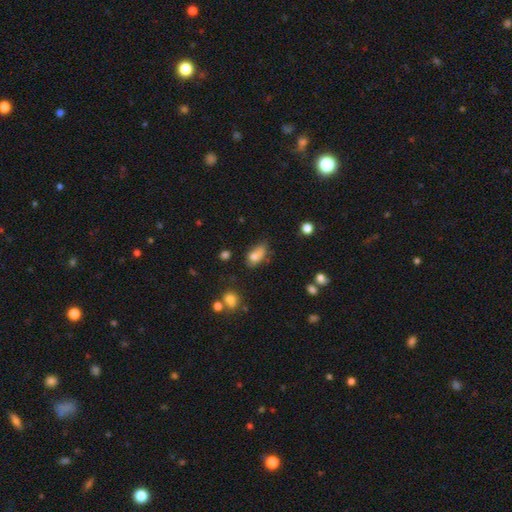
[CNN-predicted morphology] A smooth galaxy with no disk features (77%) that is in between round and cigar-shaped (84%). Merging: none (45%).